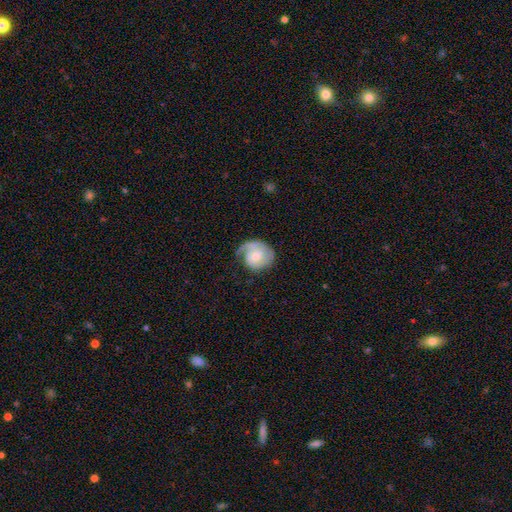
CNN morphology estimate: smooth-or-featured: featured or disk: 68% | smooth: 26% | star or artifact: 6%
  disk-edge-on: no: 98% | yes: 2%
    bar: no: 67% | weak: 29% | strong: 4%
    has-spiral-arms: yes: 90% | no: 10%
      spiral-winding: tight: 51% | medium: 32% | loose: 17%
      spiral-arm-count: 1: 47% | 2: 29% | can't tell: 15% | 3: 5% | 4: 2% | more than 4: 2%
    bulge-size: moderate: 53% | small: 39% | large: 4% | none: 3% | dominant: 1%
  merging: none: 50% | minor disturbance: 29% | major disturbance: 20% | merger: 2%